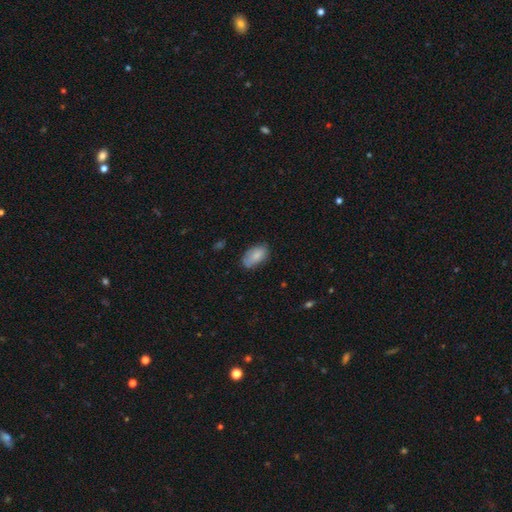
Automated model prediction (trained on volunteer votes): Smooth or featured? smooth (83%)
How rounded? in between (93%)
Merging? none (65%)